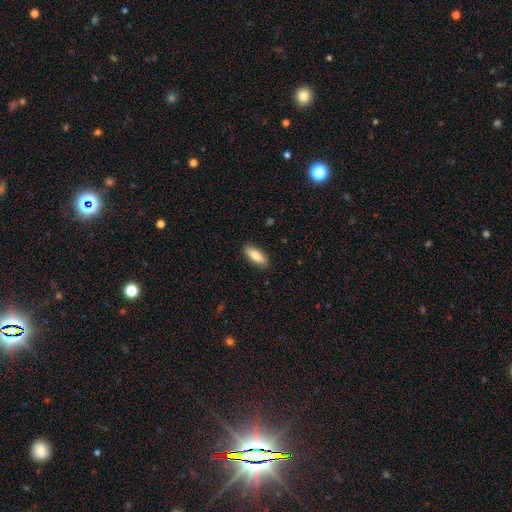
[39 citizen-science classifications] Smooth or featured? 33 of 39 (85%) said smooth. How rounded? 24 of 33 (73%) said in between. Merging? 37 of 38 (97%) said none.